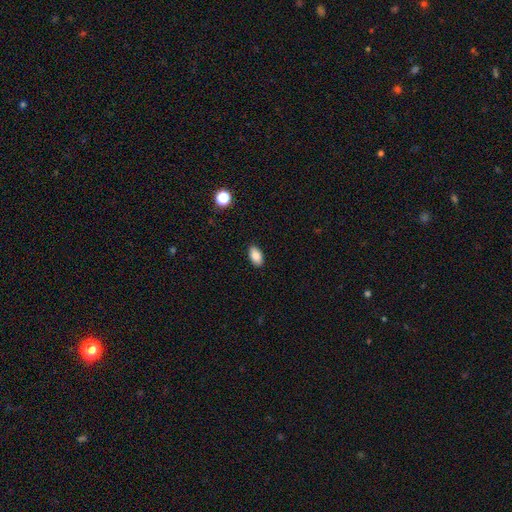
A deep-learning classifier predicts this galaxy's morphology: Smooth or featured?
  - smooth: 87% *
  - star or artifact: 8%
  - featured or disk: 5%
How rounded?
  - in between: 93% *
  - round: 5%
  - cigar-shaped: 3%
Merging?
  - none: 89% *
  - minor disturbance: 8%
  - major disturbance: 2%
  - merger: 1%